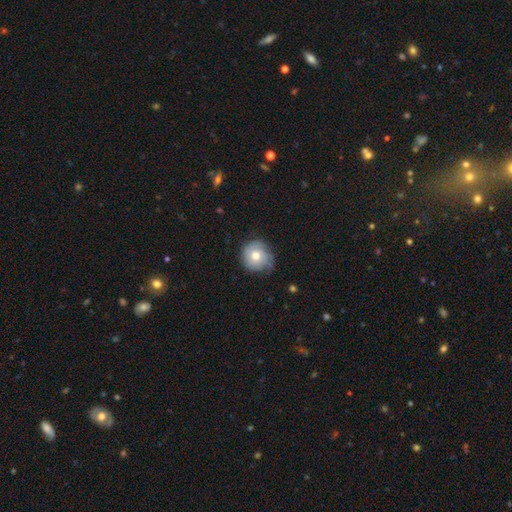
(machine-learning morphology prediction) A smooth galaxy with no disk features (52%) that is round (88%).

Vote fractions:
- Smooth or featured? smooth: 52% / featured or disk: 40% / star or artifact: 8%
- How rounded? round: 88% / in between: 11% / cigar-shaped: 1%
- Merging? none: 64% / minor disturbance: 26% / major disturbance: 8% / merger: 1%